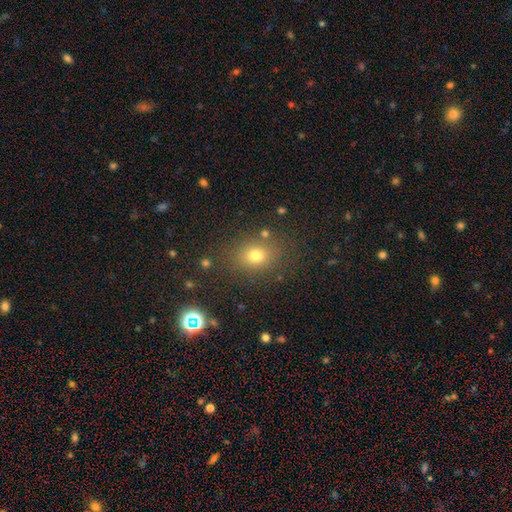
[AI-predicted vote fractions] A smooth galaxy with no disk features (72%) that is round (51%).

Vote fractions:
- Smooth or featured? smooth: 72% / star or artifact: 19% / featured or disk: 10%
- How rounded? round: 51% / in between: 47% / cigar-shaped: 1%
- Merging? none: 81% / minor disturbance: 11% / major disturbance: 5% / merger: 4%